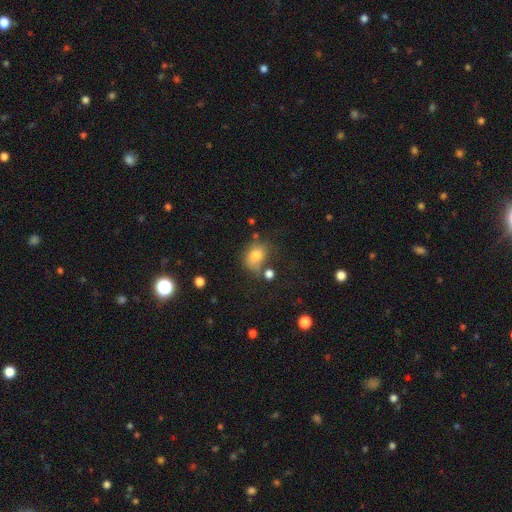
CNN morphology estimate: Smooth or featured? Predicted: smooth (p=0.77). How rounded? Predicted: in between (p=0.55). Merging? Predicted: none (p=0.49).